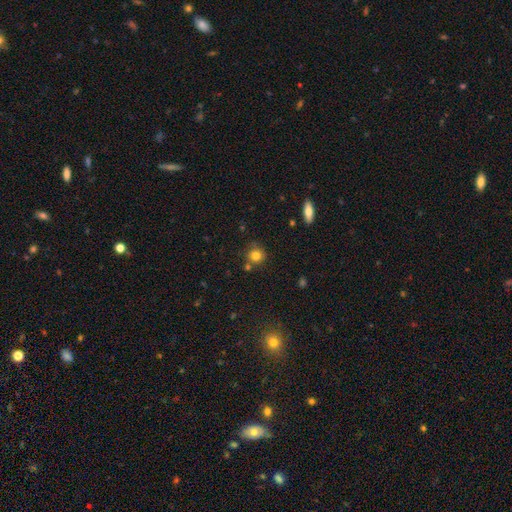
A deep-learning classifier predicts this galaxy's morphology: The model was most divided on "merging": none: 75%, minor disturbance: 12%, merger: 10%, major disturbance: 3%. More confident: how rounded — round (90%); smooth or featured — smooth (80%).